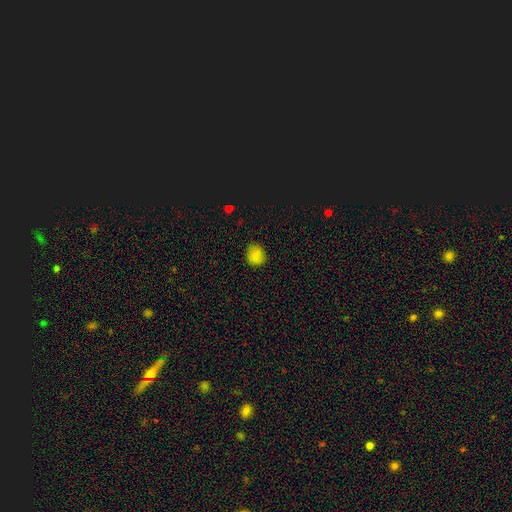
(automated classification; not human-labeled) A smooth galaxy with no disk features (83%) that is round (79%). Merging: none (84%).